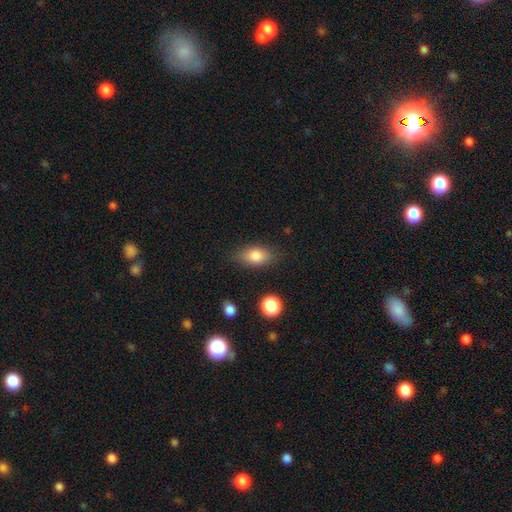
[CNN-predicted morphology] smooth_or_featured: smooth (p=0.80) [alt: featured or disk p=0.12]
how_rounded: in between (p=0.84) [alt: round p=0.09]
merging: none (p=0.81) [alt: minor disturbance p=0.13]